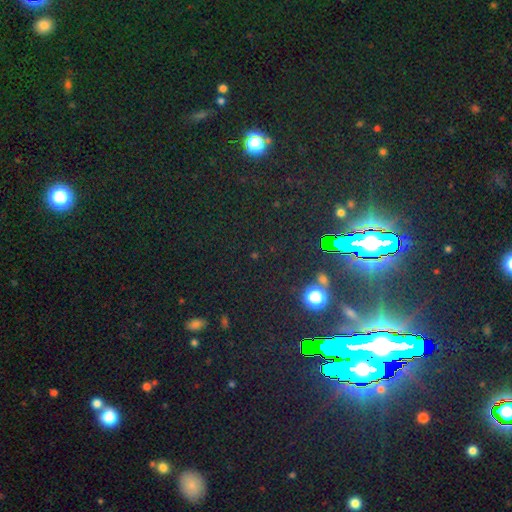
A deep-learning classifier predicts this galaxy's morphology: smooth_or_featured: star or artifact (p=0.81) [alt: smooth p=0.11]